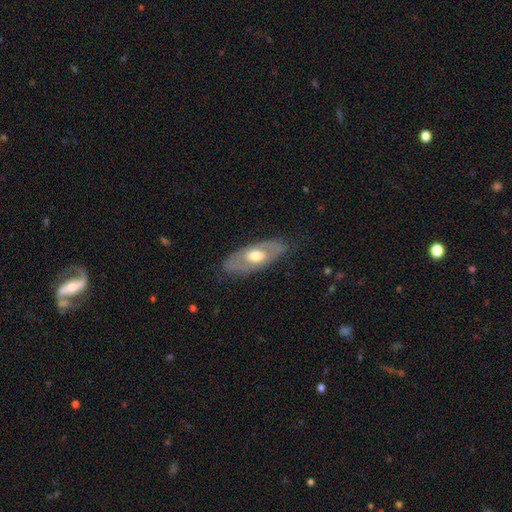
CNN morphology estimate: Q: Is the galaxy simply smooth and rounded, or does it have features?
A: featured or disk — 54%.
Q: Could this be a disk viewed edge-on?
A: no — 78%.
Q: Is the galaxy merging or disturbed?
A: none — 77%.